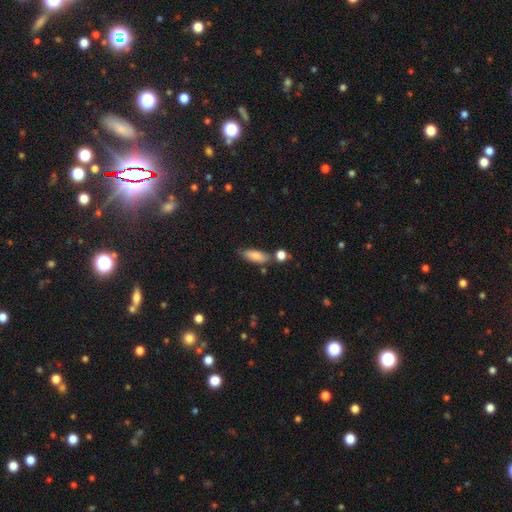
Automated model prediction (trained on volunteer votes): The model was most divided on "how rounded": in between: 67%, cigar-shaped: 30%, round: 3%. More confident: smooth or featured — smooth (82%); merging — none (68%).